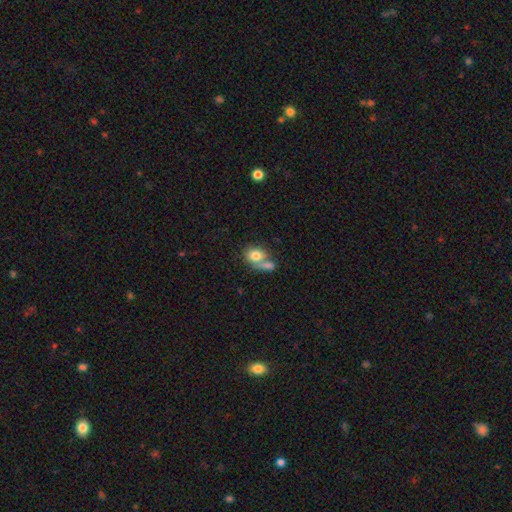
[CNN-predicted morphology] type=smooth (78%); roundness=in between (51%); merging=merger (47%).